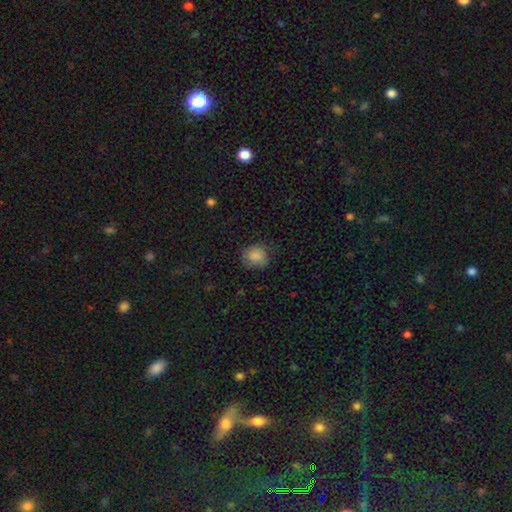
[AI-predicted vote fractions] smooth 84%, star or artifact 9%, featured or disk 7%. Down the decision tree: how rounded — round (73%); merging — none (69%).